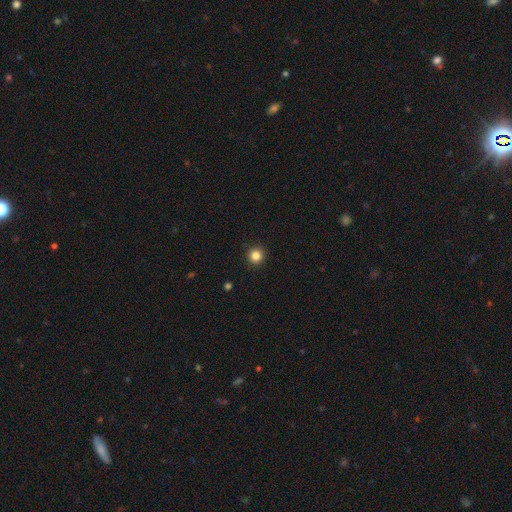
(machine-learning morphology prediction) This is clearly a smooth galaxy (84%). How rounded: clearly round (95%). Merging: clearly none (93%).